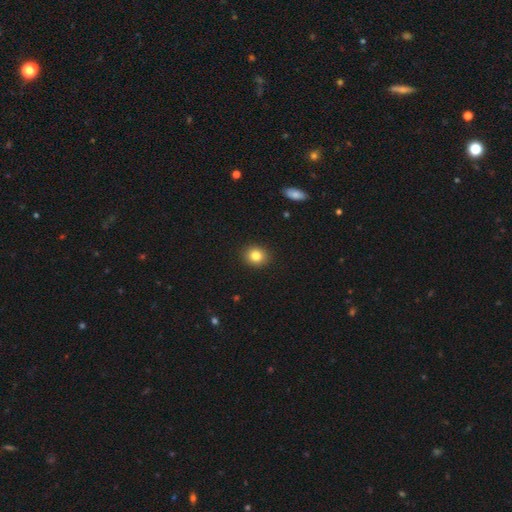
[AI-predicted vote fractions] Smooth or featured?
  - smooth: 83% *
  - star or artifact: 10%
  - featured or disk: 7%
How rounded?
  - round: 73% *
  - in between: 26%
  - cigar-shaped: 1%
Merging?
  - none: 91% *
  - minor disturbance: 6%
  - major disturbance: 2%
  - merger: 1%